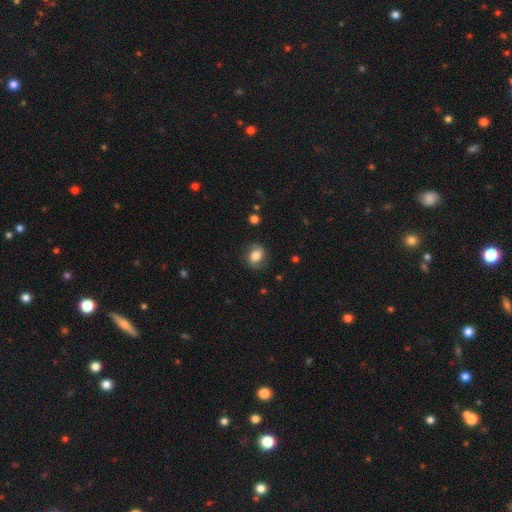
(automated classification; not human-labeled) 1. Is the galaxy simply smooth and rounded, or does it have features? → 49% smooth, 42% featured or disk, 9% star or artifact.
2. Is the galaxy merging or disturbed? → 78% none, 15% minor disturbance, 6% major disturbance, 1% merger.